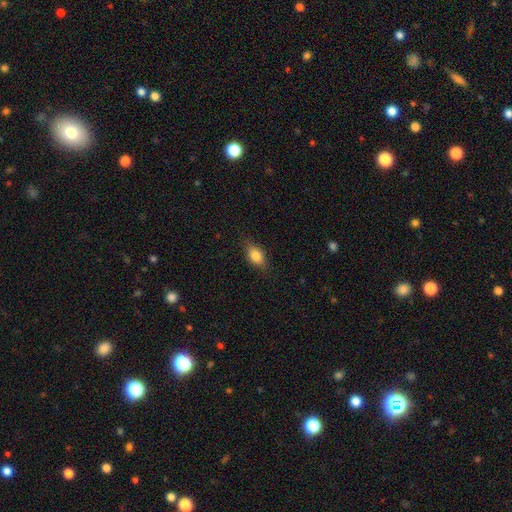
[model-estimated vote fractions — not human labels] Smooth or featured? smooth (79%)
How rounded? in between (81%)
Merging? none (81%)